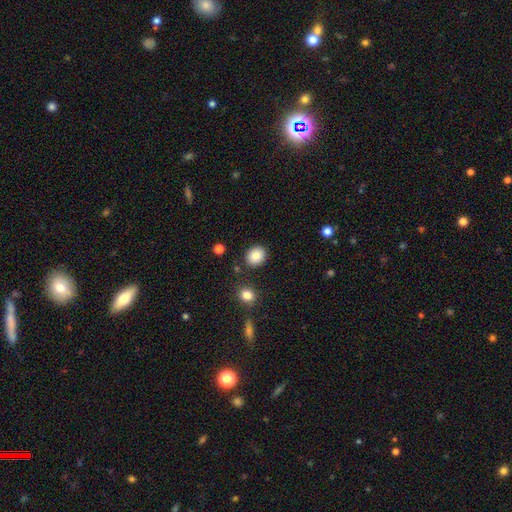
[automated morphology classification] Smooth or featured: smooth — 85% (star or artifact — 9%)
How rounded: round — 67% (in between — 33%)
Merging: none — 86% (minor disturbance — 8%)